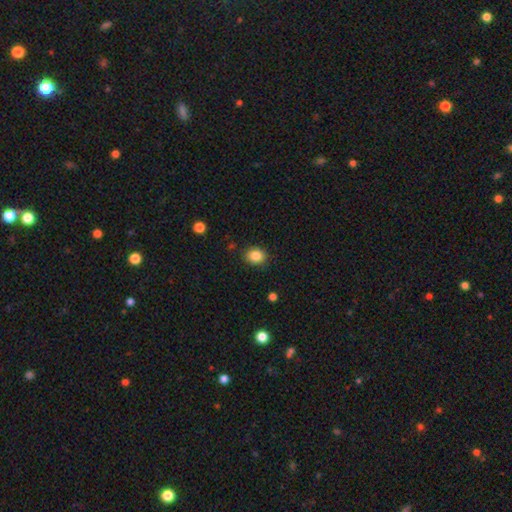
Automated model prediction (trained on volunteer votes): Q: Smooth or featured?
A: smooth (84%); runner-up: star or artifact (10%)
Q: How rounded?
A: round (70%); runner-up: in between (29%)
Q: Merging?
A: none (87%); runner-up: minor disturbance (9%)